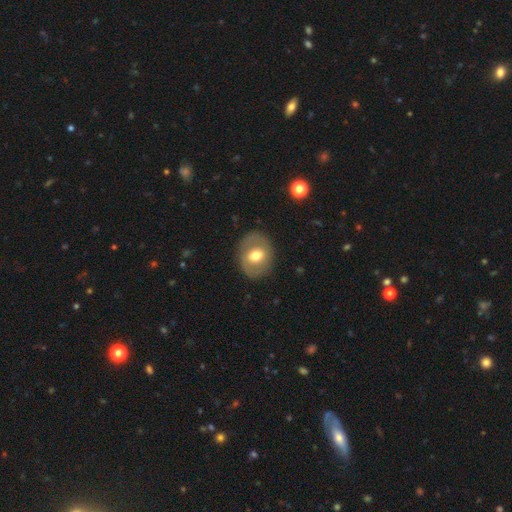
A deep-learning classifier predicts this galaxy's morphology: smooth-or-featured: smooth: 54% | featured or disk: 40% | star or artifact: 7%
  how-rounded: round: 56% | in between: 43% | cigar-shaped: 1%
  merging: none: 83% | minor disturbance: 11% | major disturbance: 5% | merger: 1%